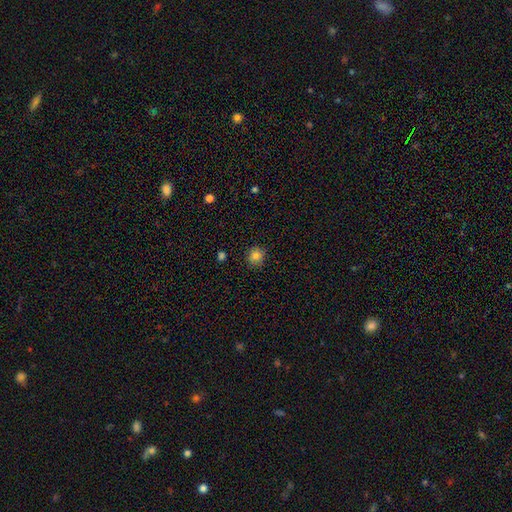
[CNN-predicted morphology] Smooth or featured?
  - smooth: 84% *
  - star or artifact: 11%
  - featured or disk: 5%
How rounded?
  - round: 87% *
  - in between: 12%
  - cigar-shaped: 1%
Merging?
  - none: 88% *
  - minor disturbance: 8%
  - major disturbance: 2%
  - merger: 1%